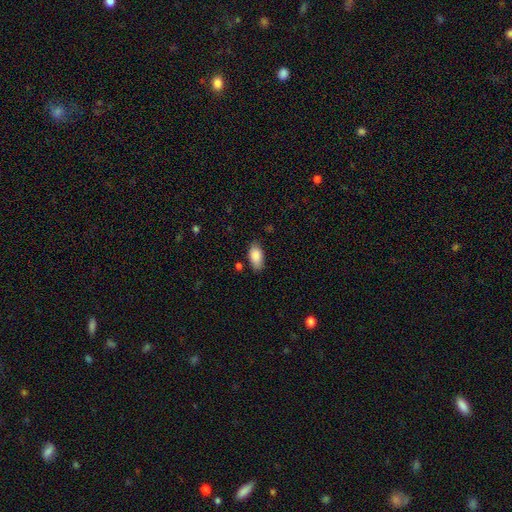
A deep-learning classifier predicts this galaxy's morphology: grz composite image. It shows a smooth galaxy with no disk features (88%) that is in between round and cigar-shaped (93%). Merging: none (79%).